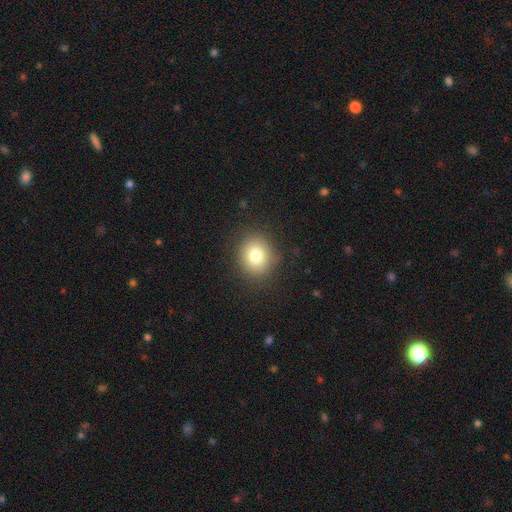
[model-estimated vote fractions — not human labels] smooth-or-featured: smooth: 79% | star or artifact: 12% | featured or disk: 9%
  how-rounded: round: 75% | in between: 24% | cigar-shaped: 1%
  merging: none: 87% | minor disturbance: 9% | major disturbance: 3% | merger: 1%